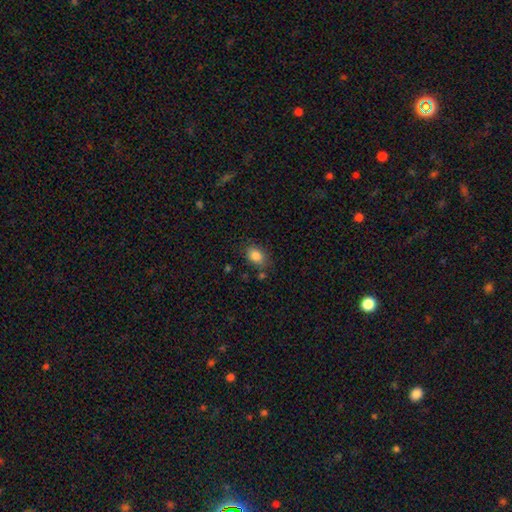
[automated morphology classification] A smooth galaxy with no disk features (85%) that is in between round and cigar-shaped (75%).

Vote fractions:
- Smooth or featured? smooth: 85% / star or artifact: 9% / featured or disk: 6%
- How rounded? in between: 75% / round: 23% / cigar-shaped: 1%
- Merging? none: 76% / minor disturbance: 15% / merger: 5% / major disturbance: 4%